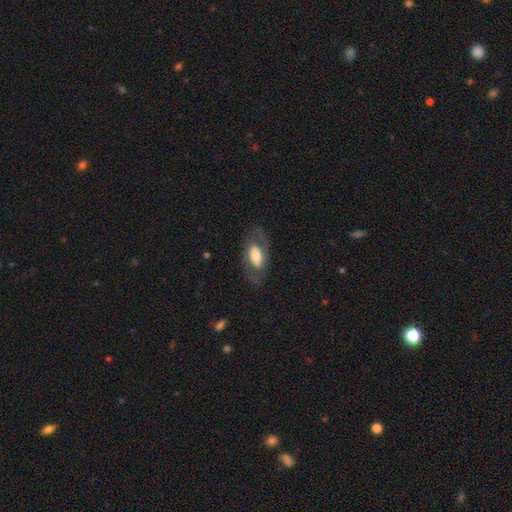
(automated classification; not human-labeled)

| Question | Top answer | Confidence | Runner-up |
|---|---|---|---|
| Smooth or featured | featured or disk | 47% | smooth (46%) |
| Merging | none | 74% | minor disturbance (14%) |